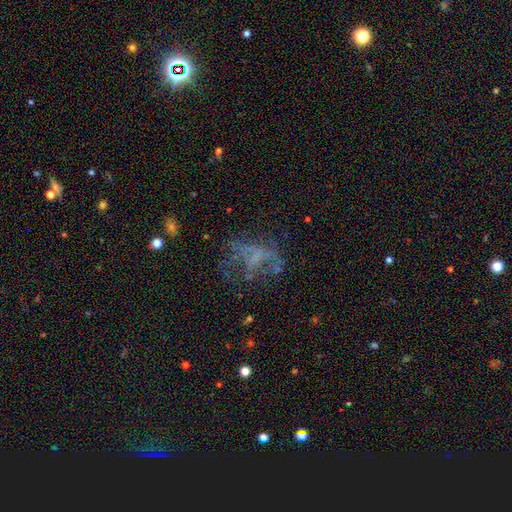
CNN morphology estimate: A featured or disk galaxy (53%) with no bar (80%), no spiral arms (79%) and no central bulge (74%). Merging: none (42%).